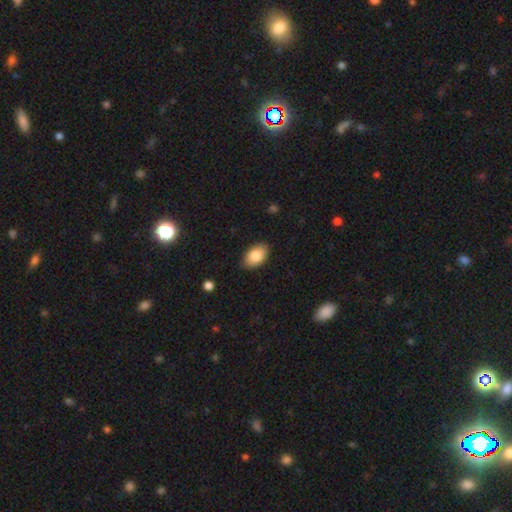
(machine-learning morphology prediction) This appears to be a smooth galaxy with no disk features (85%) that is in between round and cigar-shaped (92%). Merging: none (86%).